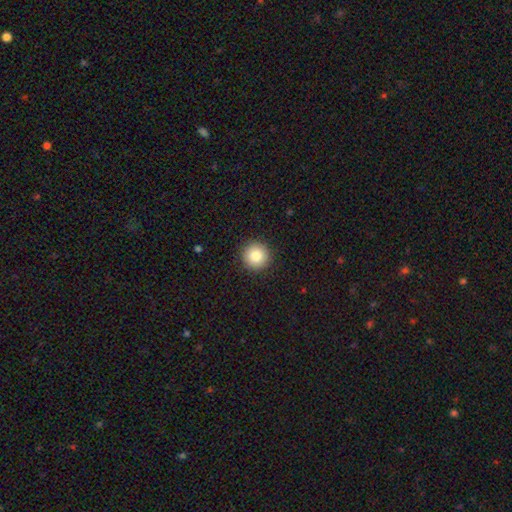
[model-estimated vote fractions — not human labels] A smooth galaxy with no disk features (84%) that is round (96%). Merging: none (92%).